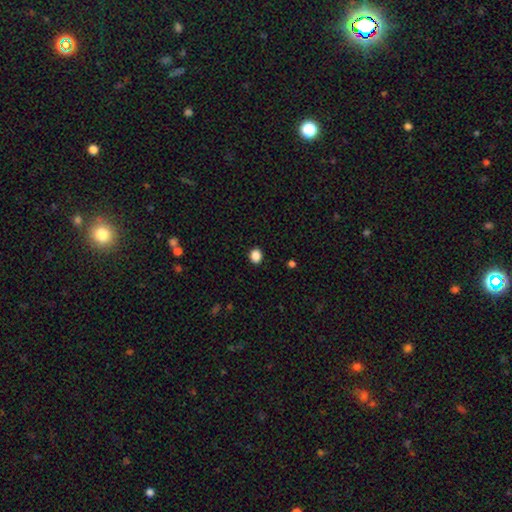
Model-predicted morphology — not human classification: type=smooth (87%); roundness=round (63%); merging=none (91%).